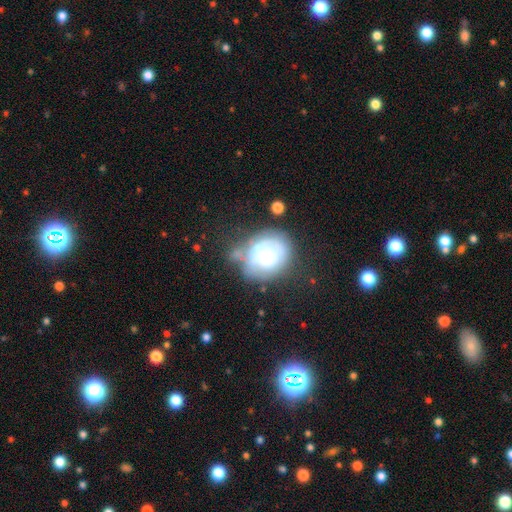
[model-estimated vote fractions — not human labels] Smooth or featured: featured or disk — 48% (smooth — 42%)
Merging: none — 48% (minor disturbance — 28%)